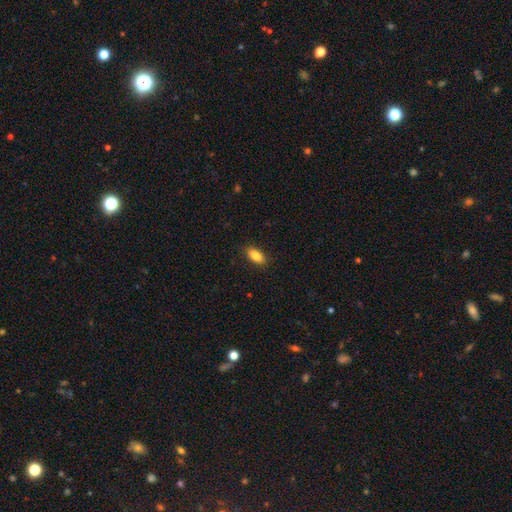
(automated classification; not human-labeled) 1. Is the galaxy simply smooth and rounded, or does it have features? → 85% smooth, 8% featured or disk, 7% star or artifact.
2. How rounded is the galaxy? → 84% in between, 13% cigar-shaped, 3% round.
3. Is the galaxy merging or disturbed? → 87% none, 10% minor disturbance, 2% major disturbance, 1% merger.